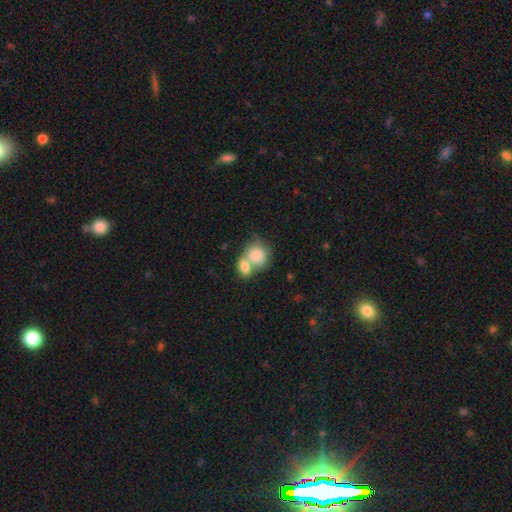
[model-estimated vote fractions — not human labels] A smooth galaxy with no disk features (80%) that is round (59%).

Vote fractions:
- Smooth or featured? smooth: 80% / featured or disk: 13% / star or artifact: 7%
- How rounded? round: 59% / in between: 39% / cigar-shaped: 1%
- Merging? merger: 64% / none: 22% / minor disturbance: 9% / major disturbance: 5%